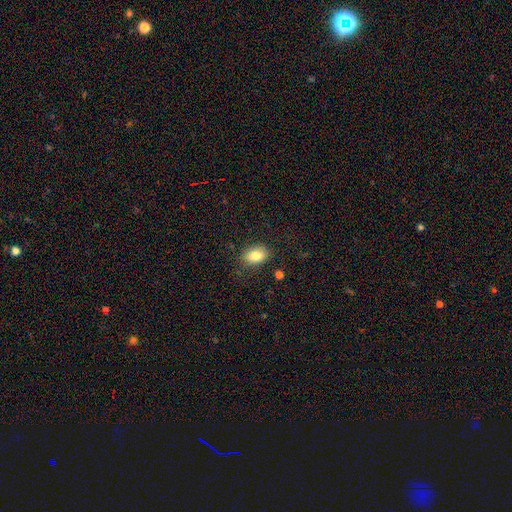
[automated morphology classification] A smooth galaxy with no disk features (84%) that is in between round and cigar-shaped (85%). Merging: none (83%).